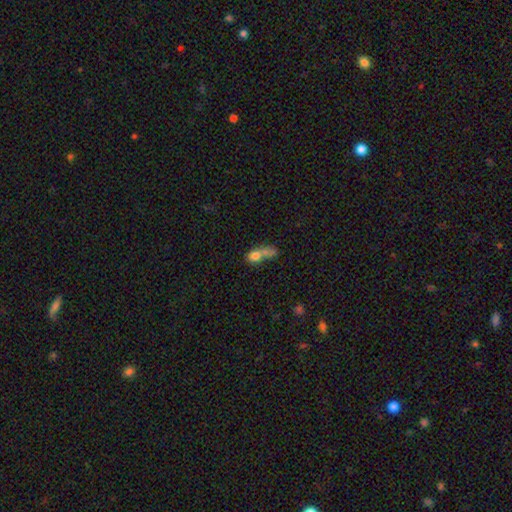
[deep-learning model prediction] The model was most divided on "how rounded": in between: 51%, round: 42%, cigar-shaped: 7%. More confident: smooth or featured — smooth (71%); merging — merger (64%).